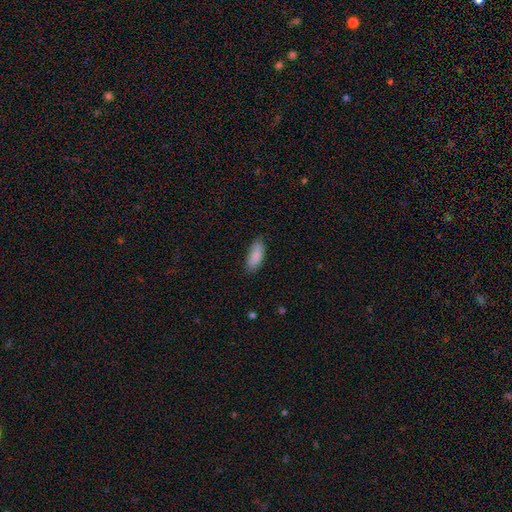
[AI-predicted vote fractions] Overall: smooth (86%). How rounded: in between (77%). Merging: none (80%).